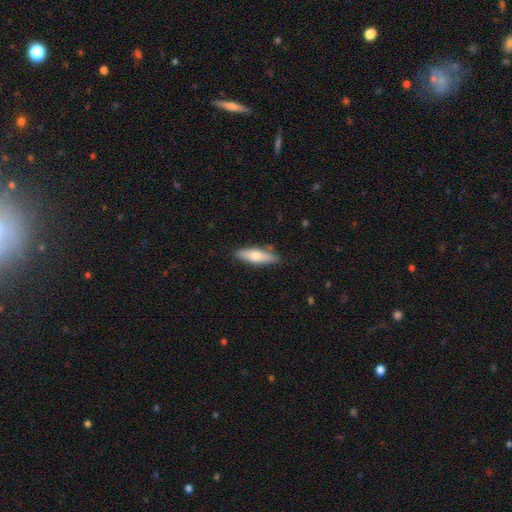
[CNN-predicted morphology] A smooth galaxy with no disk features (64%) that is cigar-shaped (60%). Merging: none (83%).